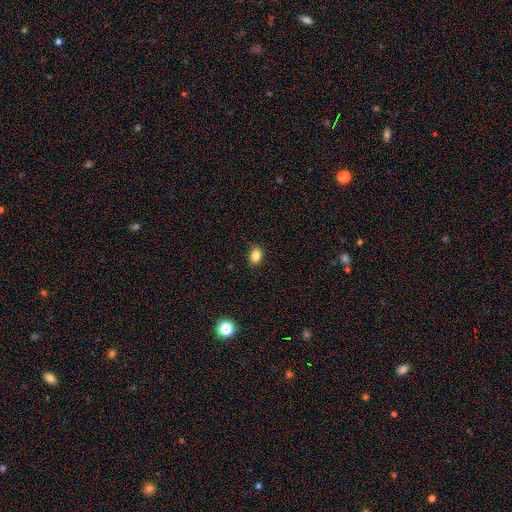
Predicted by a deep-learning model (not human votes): A smooth galaxy with no disk features (84%) that is in between round and cigar-shaped (71%).

Vote fractions:
- Smooth or featured? smooth: 84% / star or artifact: 11% / featured or disk: 5%
- How rounded? in between: 71% / round: 28% / cigar-shaped: 1%
- Merging? none: 86% / minor disturbance: 11% / major disturbance: 2% / merger: 1%